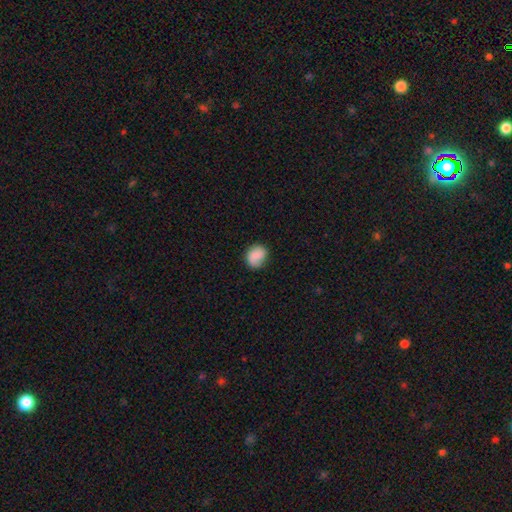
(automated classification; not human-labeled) A smooth galaxy with no disk features (84%) that is round (54%).

Vote fractions:
- Smooth or featured? smooth: 84% / featured or disk: 9% / star or artifact: 8%
- How rounded? round: 54% / in between: 45% / cigar-shaped: 1%
- Merging? none: 73% / minor disturbance: 20% / major disturbance: 5% / merger: 1%